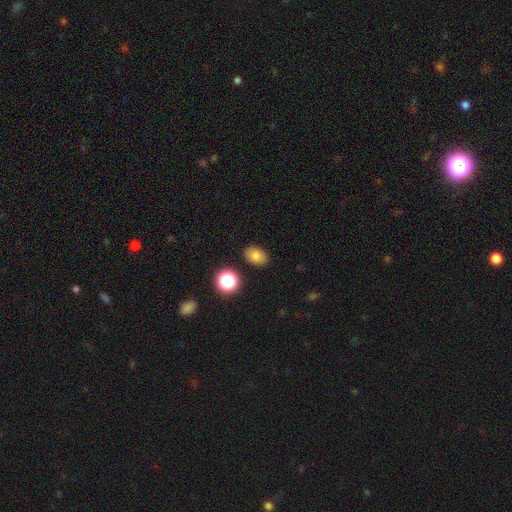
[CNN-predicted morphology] type=smooth (78%); roundness=in between (79%); merging=none (86%).